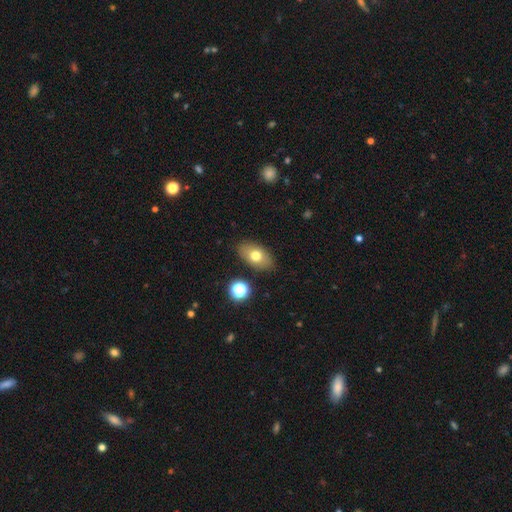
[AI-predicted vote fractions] This appears to be a smooth galaxy with no disk features (72%) that is in between round and cigar-shaped (88%). Merging: none (85%).